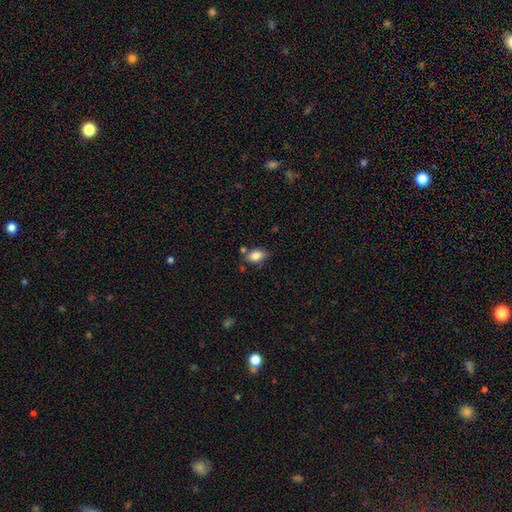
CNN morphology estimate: A smooth galaxy with no disk features (85%) that is in between round and cigar-shaped (81%). Merging: none (68%).